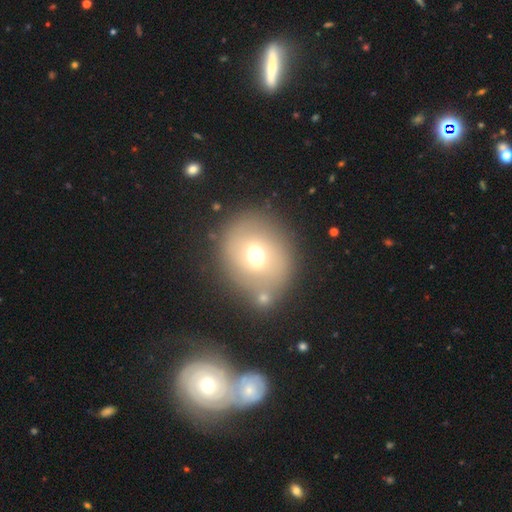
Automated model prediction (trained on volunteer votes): A smooth galaxy with no disk features (61%) that is round (68%).

Vote fractions:
- Smooth or featured? smooth: 61% / featured or disk: 22% / star or artifact: 17%
- How rounded? round: 68% / in between: 31% / cigar-shaped: 1%
- Merging? none: 69% / minor disturbance: 13% / merger: 11% / major disturbance: 7%